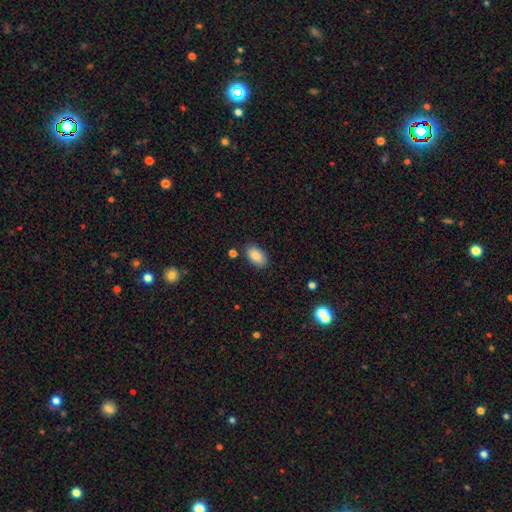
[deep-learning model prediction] Smooth or featured? smooth (87%)
How rounded? in between (93%)
Merging? none (83%)